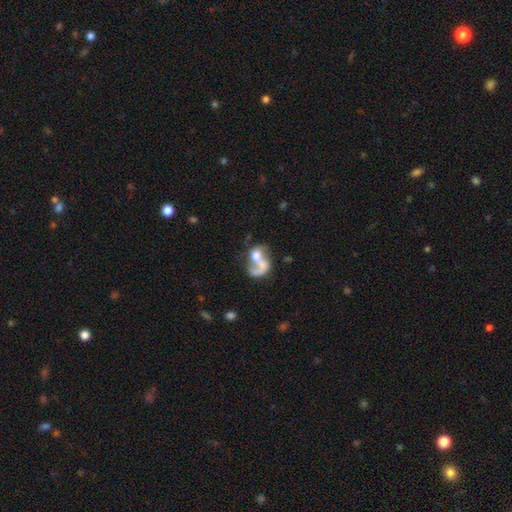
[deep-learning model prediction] This appears to be a featured or disk galaxy (55%) with no bar (75%), spiral arms (56%) and a moderate central bulge (36%). Merging: merger (49%).